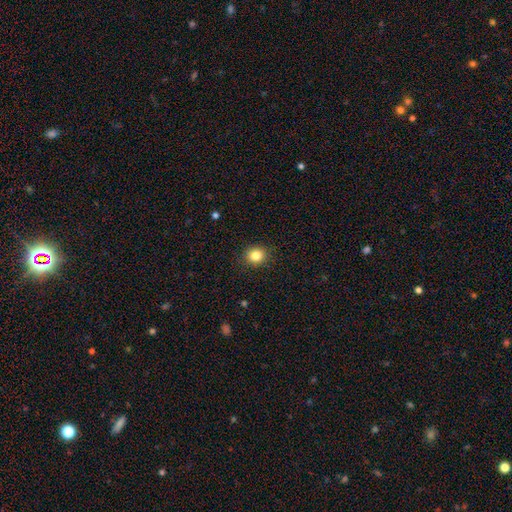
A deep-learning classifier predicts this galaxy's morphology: A smooth galaxy with no disk features (84%) that is round (80%).

Vote fractions:
- Smooth or featured? smooth: 84% / star or artifact: 11% / featured or disk: 5%
- How rounded? round: 80% / in between: 19% / cigar-shaped: 1%
- Merging? none: 90% / minor disturbance: 7% / major disturbance: 2% / merger: 1%